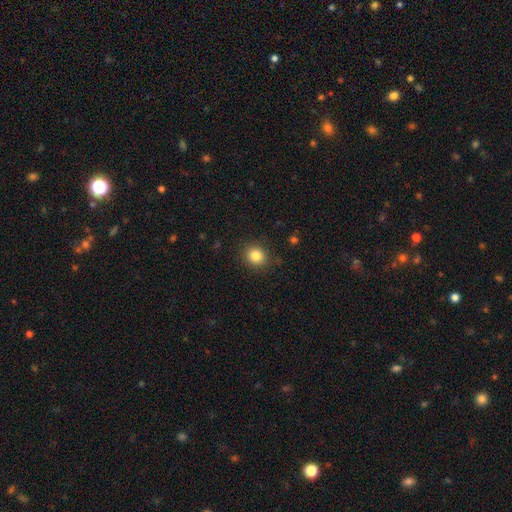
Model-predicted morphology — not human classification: smooth-or-featured: smooth: 84% | star or artifact: 11% | featured or disk: 5%
  how-rounded: round: 81% | in between: 18% | cigar-shaped: 1%
  merging: none: 88% | minor disturbance: 8% | major disturbance: 3% | merger: 1%